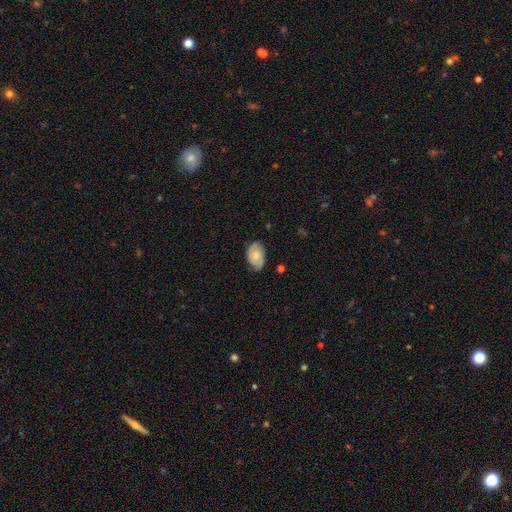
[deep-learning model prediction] Smooth or featured? smooth (49%)
Merging? none (74%)